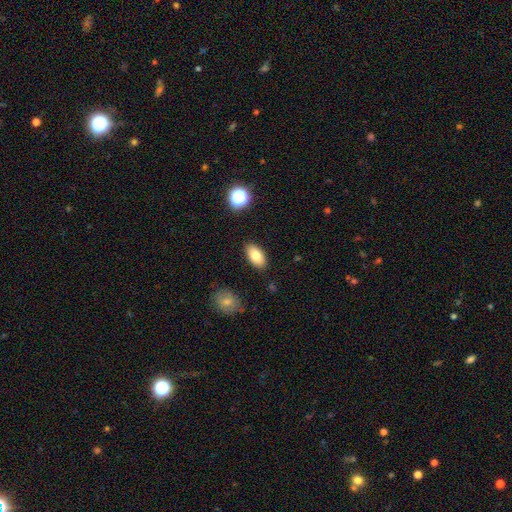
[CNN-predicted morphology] Smooth or featured? smooth (79%)
How rounded? in between (93%)
Merging? none (88%)